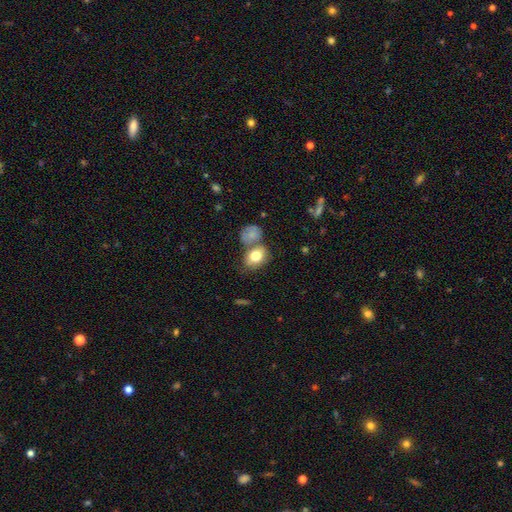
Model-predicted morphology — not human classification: type=smooth (79%); roundness=in between (71%); merging=none (50%).